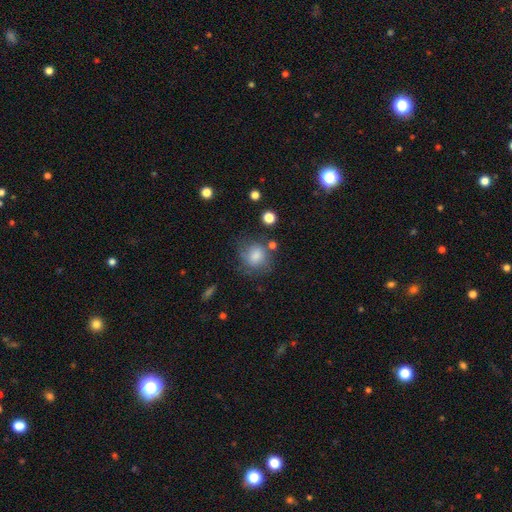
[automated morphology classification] Q: Smooth or featured?
A: smooth (77%); runner-up: featured or disk (14%)
Q: How rounded?
A: round (78%); runner-up: in between (21%)
Q: Merging?
A: none (60%); runner-up: minor disturbance (22%)